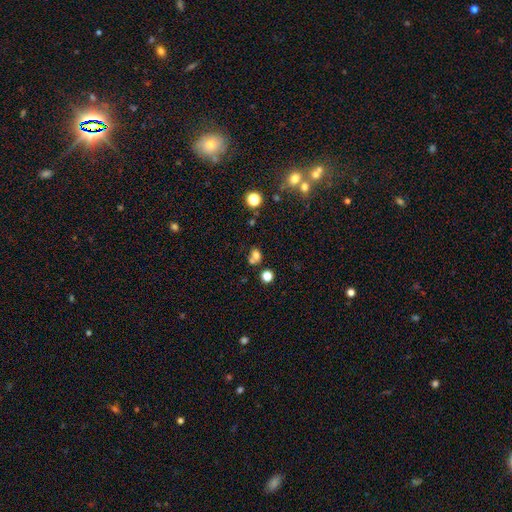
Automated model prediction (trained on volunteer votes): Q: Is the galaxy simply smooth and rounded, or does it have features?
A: smooth — 70%.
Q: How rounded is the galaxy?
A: round — 56%.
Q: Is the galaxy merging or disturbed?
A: none — 42%.